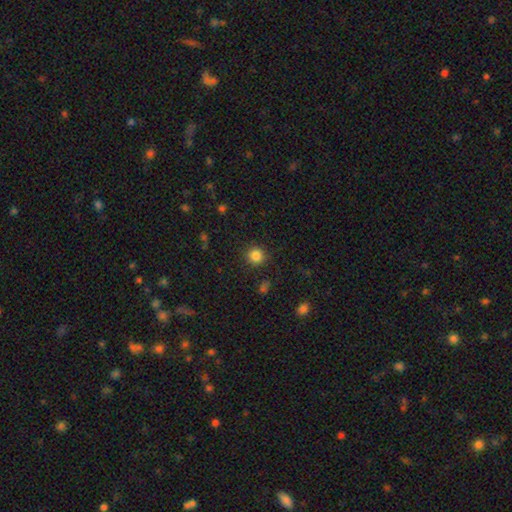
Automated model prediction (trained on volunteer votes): Smooth or featured?
  - smooth: 84% *
  - star or artifact: 12%
  - featured or disk: 4%
How rounded?
  - round: 93% *
  - in between: 6%
  - cigar-shaped: 1%
Merging?
  - none: 89% *
  - minor disturbance: 7%
  - major disturbance: 3%
  - merger: 1%